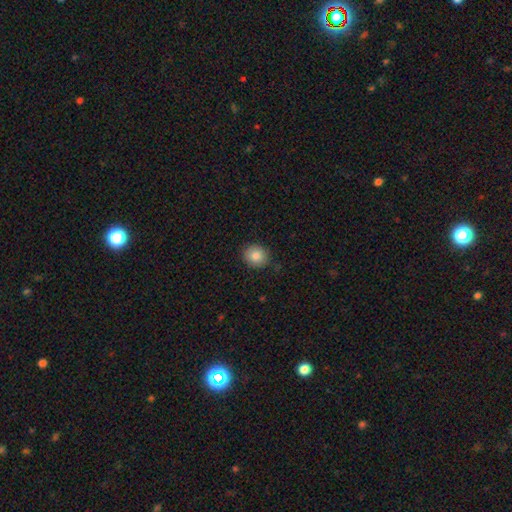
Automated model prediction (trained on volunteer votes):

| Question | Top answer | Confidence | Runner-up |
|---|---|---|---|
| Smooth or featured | smooth | 84% | star or artifact (9%) |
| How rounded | round | 78% | in between (21%) |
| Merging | none | 88% | minor disturbance (9%) |